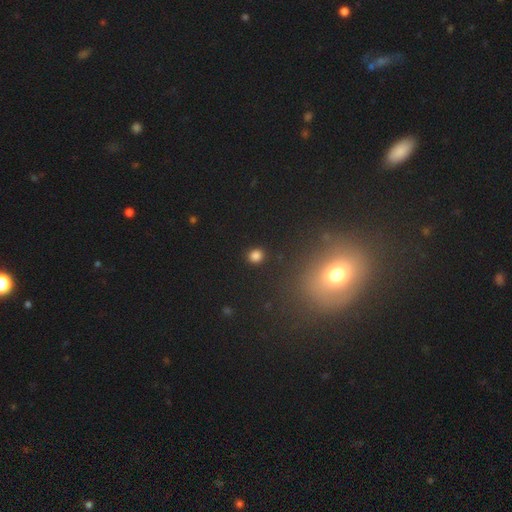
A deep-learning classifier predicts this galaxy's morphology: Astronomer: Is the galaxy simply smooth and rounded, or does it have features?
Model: smooth — 81%.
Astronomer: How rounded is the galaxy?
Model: round — 81%.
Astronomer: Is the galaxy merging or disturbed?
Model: none — 91%.